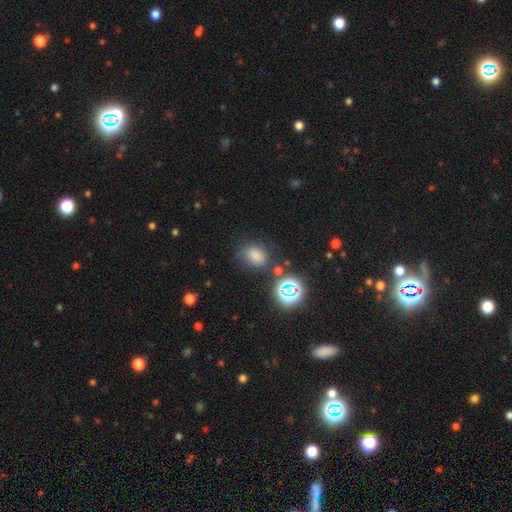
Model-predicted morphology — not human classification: Smooth or featured? Predicted: smooth (p=0.71). How rounded? Predicted: in between (p=0.61). Merging? Predicted: none (p=0.67).